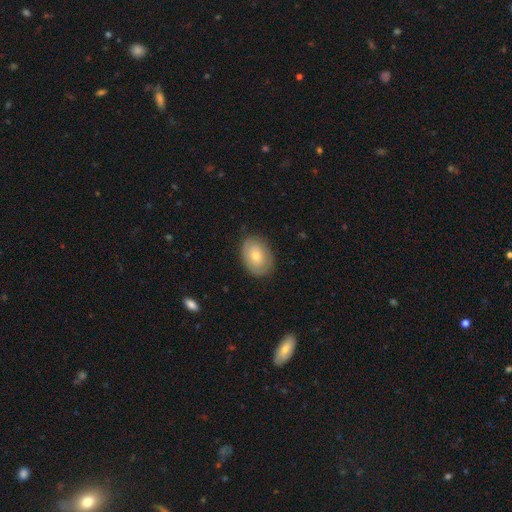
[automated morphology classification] A smooth galaxy with no disk features (63%) that is in between round and cigar-shaped (79%).

Vote fractions:
- Smooth or featured? smooth: 63% / featured or disk: 30% / star or artifact: 8%
- How rounded? in between: 79% / round: 20% / cigar-shaped: 1%
- Merging? none: 82% / minor disturbance: 14% / major disturbance: 3% / merger: 1%